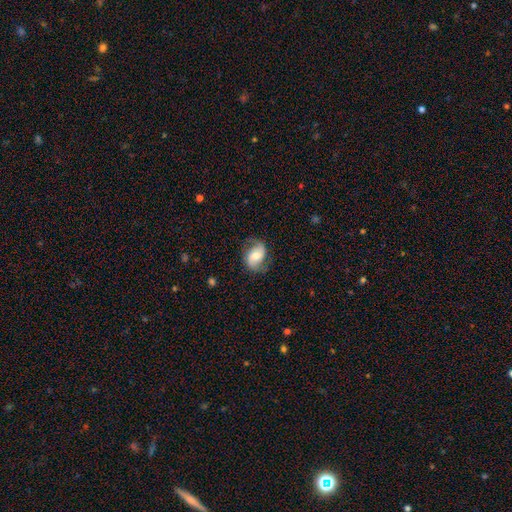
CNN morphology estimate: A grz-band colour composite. It shows a featured or disk galaxy (68%) with no bar (49%), 2 (88%) loose (43%) spiral arms (92%) and a moderate central bulge (58%). Merging: none (74%).